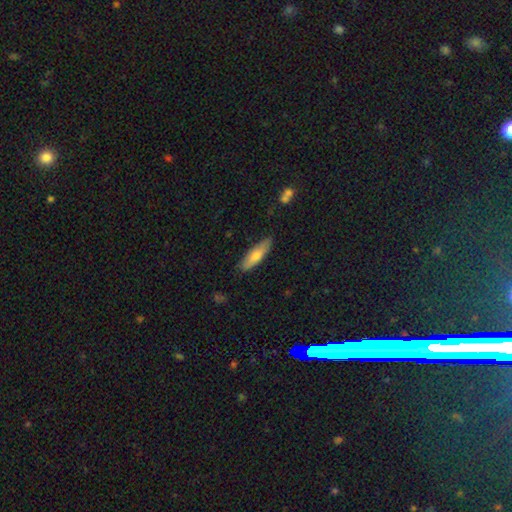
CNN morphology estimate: Smooth or featured? smooth (70%)
How rounded? cigar-shaped (60%)
Merging? none (83%)